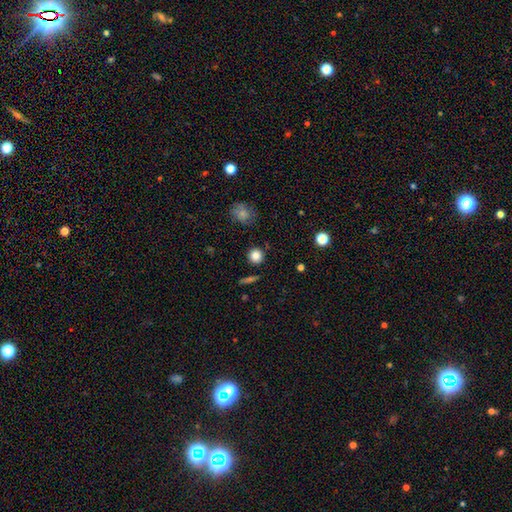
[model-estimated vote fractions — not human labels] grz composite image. It shows a smooth galaxy with no disk features (83%) that is round (92%). Merging: none (89%).